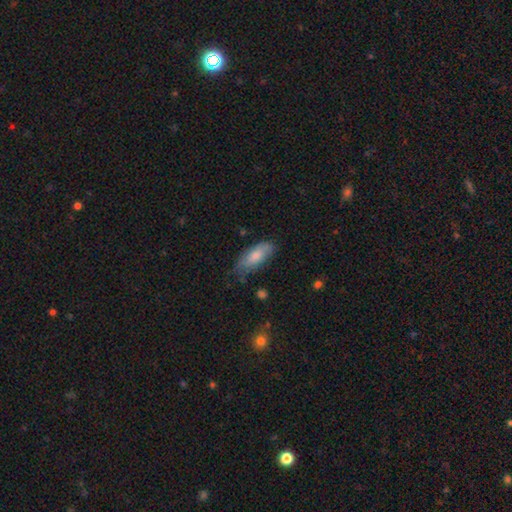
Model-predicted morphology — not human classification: The model was most divided on "merging": none: 62%, minor disturbance: 30%, major disturbance: 7%, merger: 2%. More confident: how rounded — in between (79%); smooth or featured — smooth (76%).